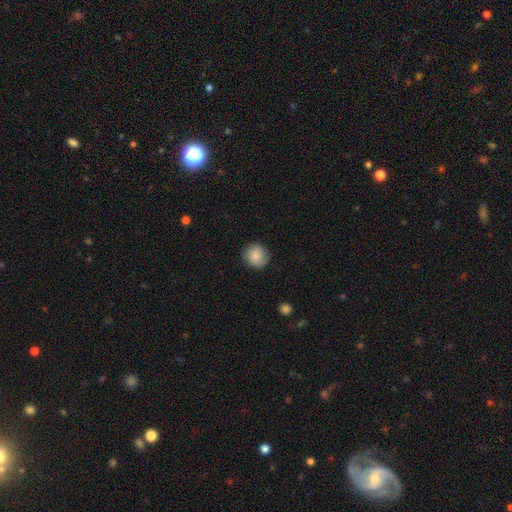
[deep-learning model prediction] Overall: smooth (83%). How rounded: round (91%). Merging: none (85%).